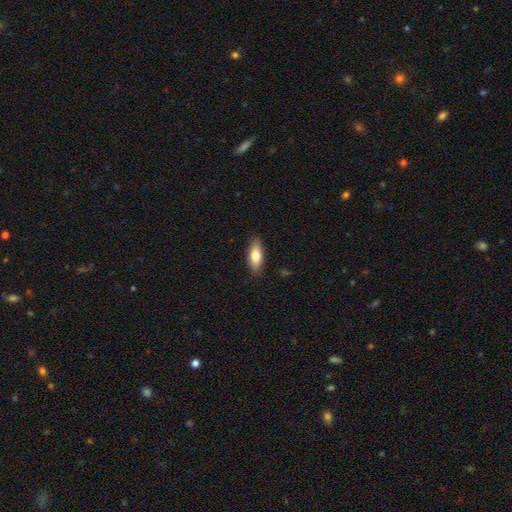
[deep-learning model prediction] A smooth galaxy with no disk features (77%) that is in between round and cigar-shaped (78%).

Vote fractions:
- Smooth or featured? smooth: 77% / featured or disk: 17% / star or artifact: 6%
- How rounded? in between: 78% / cigar-shaped: 20% / round: 3%
- Merging? none: 87% / minor disturbance: 10% / major disturbance: 2% / merger: 1%